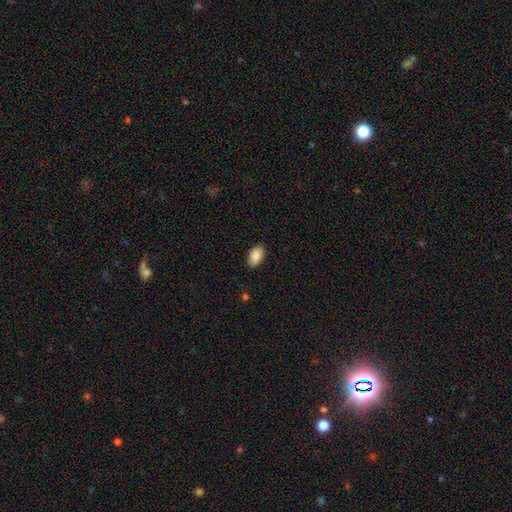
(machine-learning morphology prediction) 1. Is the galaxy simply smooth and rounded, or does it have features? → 90% smooth, 7% star or artifact, 4% featured or disk.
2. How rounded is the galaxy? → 94% in between, 5% round, 1% cigar-shaped.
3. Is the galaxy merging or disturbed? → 87% none, 10% minor disturbance, 2% major disturbance, 1% merger.